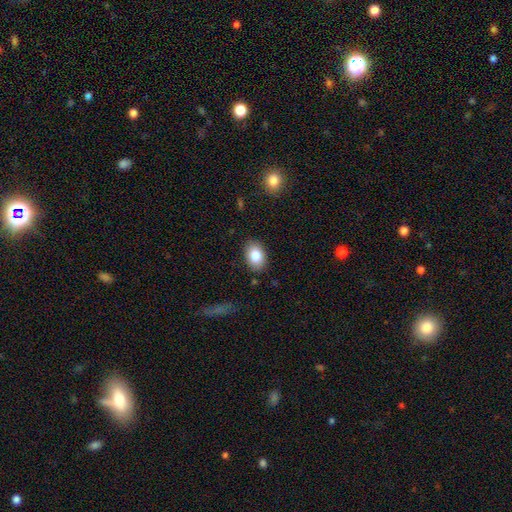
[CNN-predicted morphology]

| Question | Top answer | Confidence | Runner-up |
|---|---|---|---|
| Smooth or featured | smooth | 84% | featured or disk (8%) |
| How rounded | in between | 83% | round (16%) |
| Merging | none | 86% | minor disturbance (10%) |